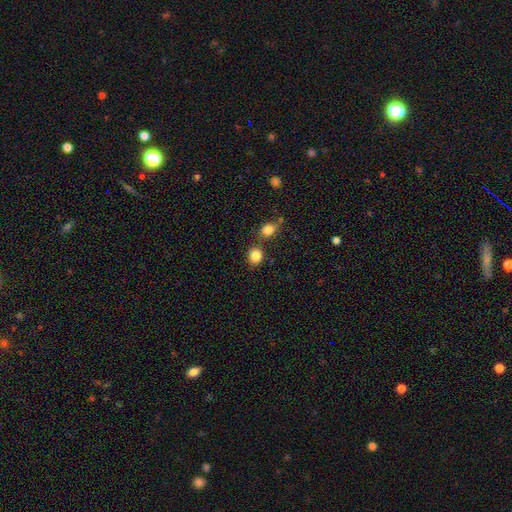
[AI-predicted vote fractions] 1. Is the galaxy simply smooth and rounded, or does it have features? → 85% smooth, 10% star or artifact, 5% featured or disk.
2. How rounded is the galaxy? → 71% round, 28% in between, 1% cigar-shaped.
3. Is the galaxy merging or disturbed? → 70% none, 16% merger, 10% minor disturbance, 3% major disturbance.